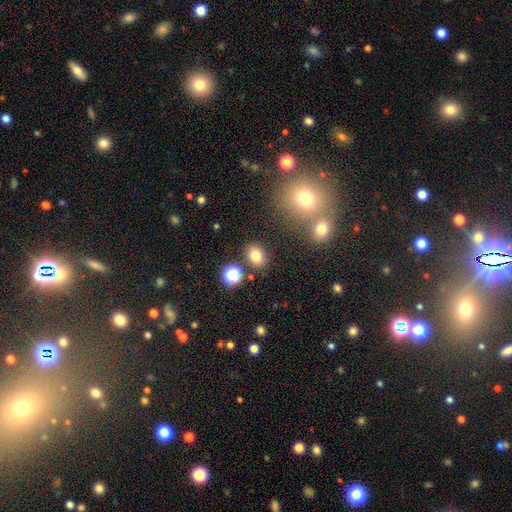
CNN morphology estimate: smooth-or-featured: smooth: 79% | star or artifact: 13% | featured or disk: 8%
  how-rounded: in between: 64% | round: 35% | cigar-shaped: 1%
  merging: none: 82% | minor disturbance: 9% | merger: 6% | major disturbance: 3%